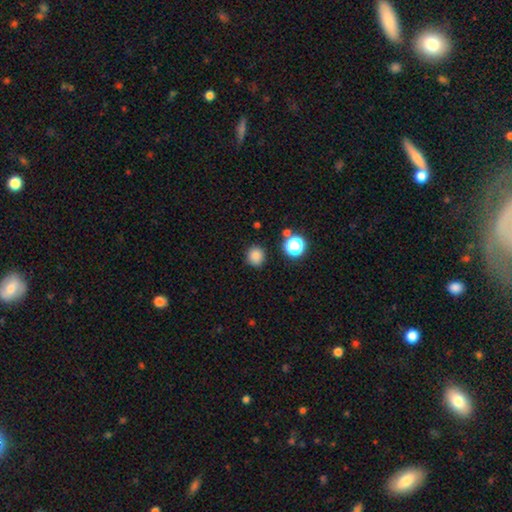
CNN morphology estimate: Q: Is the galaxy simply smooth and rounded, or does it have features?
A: smooth — 82%.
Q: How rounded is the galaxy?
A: round — 89%.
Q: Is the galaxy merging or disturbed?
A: none — 88%.